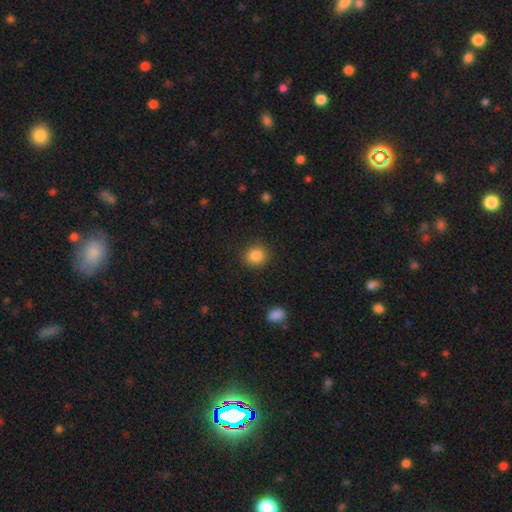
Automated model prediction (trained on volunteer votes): The model was most divided on "how rounded": round: 86%, in between: 13%, cigar-shaped: 1%. More confident: merging — none (89%); smooth or featured — smooth (86%).